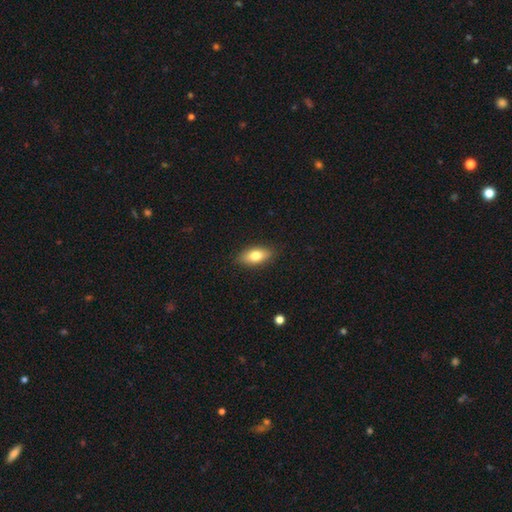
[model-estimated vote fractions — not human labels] A smooth galaxy with no disk features (77%) that is in between round and cigar-shaped (85%). Merging: none (88%).